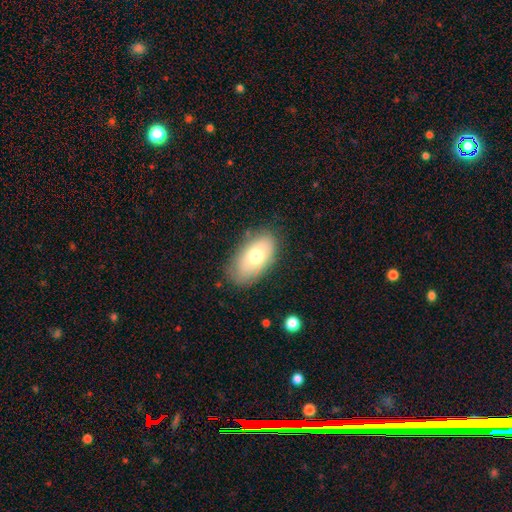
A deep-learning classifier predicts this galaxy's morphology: A smooth galaxy with no disk features (66%) that is in between round and cigar-shaped (93%). Merging: none (76%).